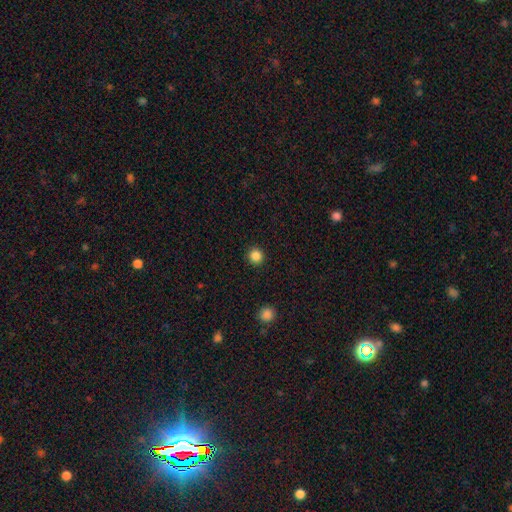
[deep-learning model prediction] This appears to be a smooth galaxy with no disk features (85%) that is round (94%). Merging: none (93%).